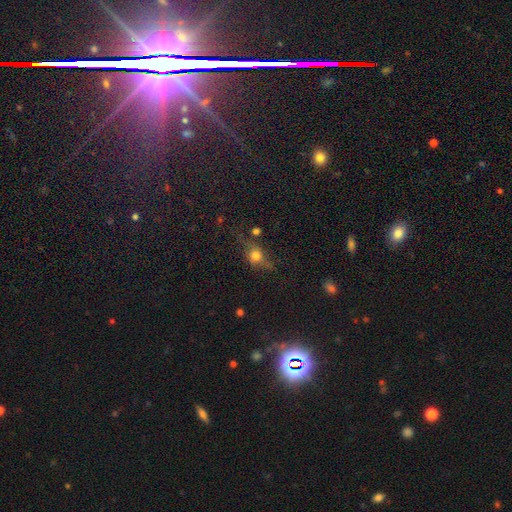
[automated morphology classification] type=smooth (54%); roundness=round (50%); merging=none (61%).